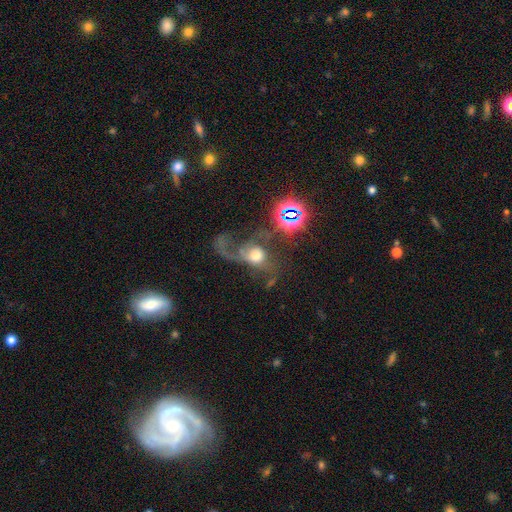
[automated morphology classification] smooth-or-featured: featured or disk: 47% | smooth: 34% | star or artifact: 19%
  merging: major disturbance: 54% | none: 18% | merger: 17% | minor disturbance: 10%